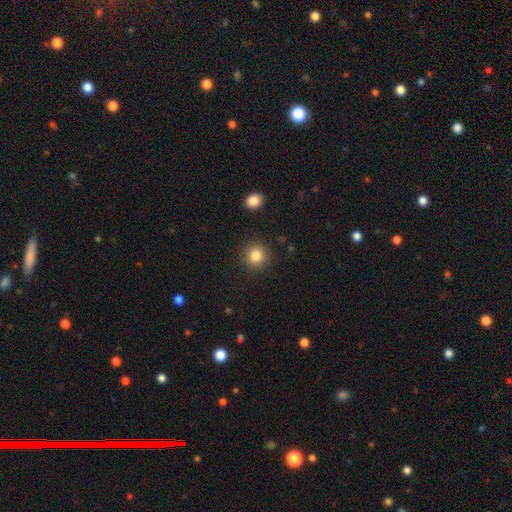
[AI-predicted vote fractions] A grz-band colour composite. It shows a smooth galaxy with no disk features (83%) that is round (92%). Merging: none (90%).